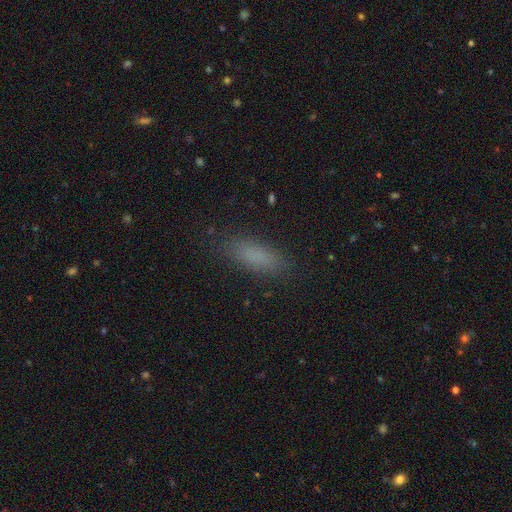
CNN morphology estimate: Smooth or featured?
  - smooth: 81% *
  - star or artifact: 12%
  - featured or disk: 7%
How rounded?
  - in between: 57% *
  - cigar-shaped: 40%
  - round: 3%
Merging?
  - none: 85% *
  - minor disturbance: 10%
  - major disturbance: 3%
  - merger: 1%